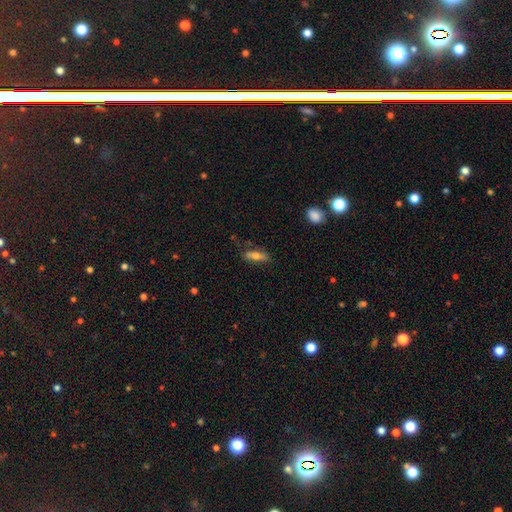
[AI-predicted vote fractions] Morphology: type=smooth (66%); roundness=in between (57%); merging=none (68%).